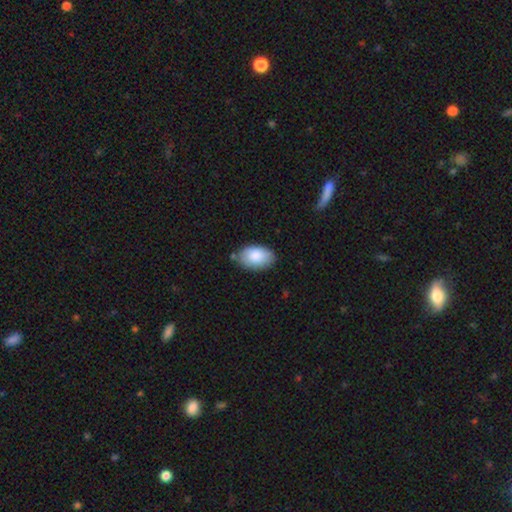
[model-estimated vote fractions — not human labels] This appears to be a smooth galaxy with no disk features (85%) that is in between round and cigar-shaped (93%). Merging: none (78%).